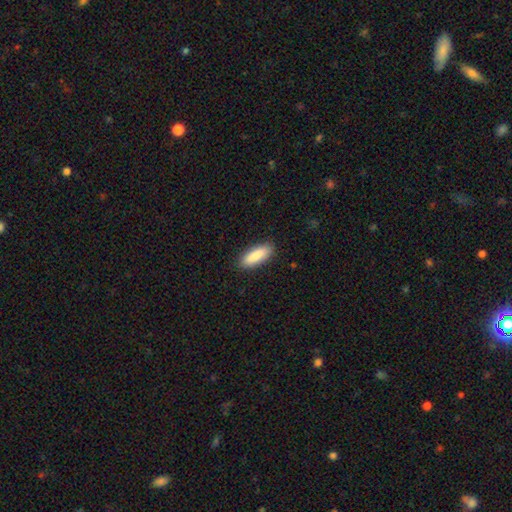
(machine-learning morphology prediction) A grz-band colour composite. It shows a smooth galaxy with no disk features (87%) that is in between round and cigar-shaped (61%). Merging: none (89%).